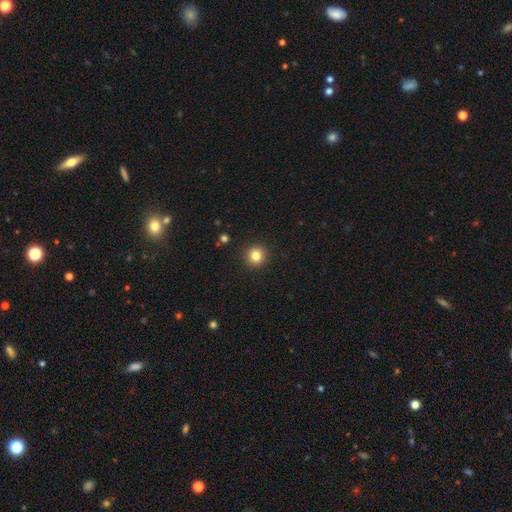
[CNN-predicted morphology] A smooth galaxy with no disk features (83%) that is round (94%). Merging: none (92%).